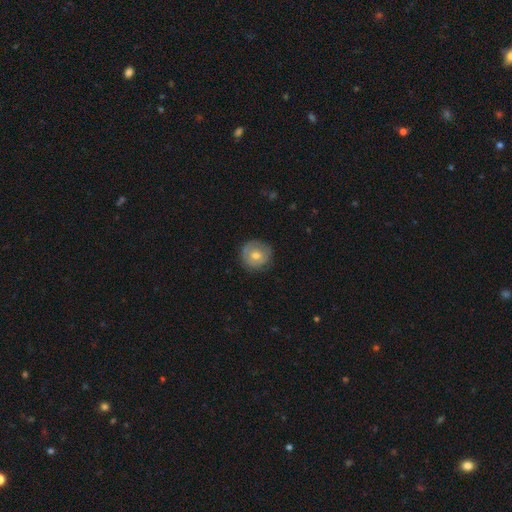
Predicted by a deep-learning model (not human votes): This appears to be a smooth galaxy with no disk features (54%) that is round (93%). Merging: none (83%).